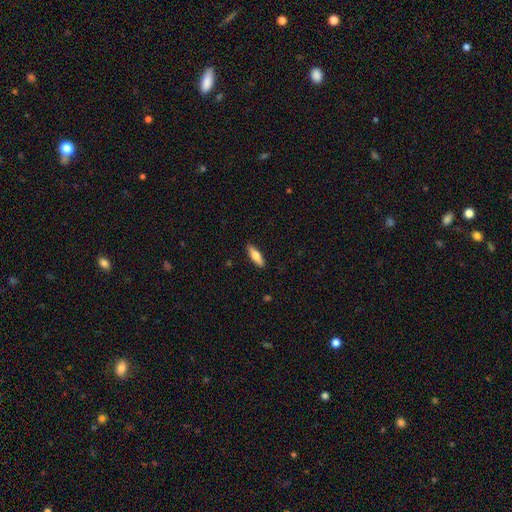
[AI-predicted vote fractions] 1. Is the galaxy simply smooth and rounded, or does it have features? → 66% smooth, 28% featured or disk, 6% star or artifact.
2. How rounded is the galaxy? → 52% cigar-shaped, 46% in between, 2% round.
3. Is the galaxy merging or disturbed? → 89% none, 8% minor disturbance, 2% major disturbance, 1% merger.